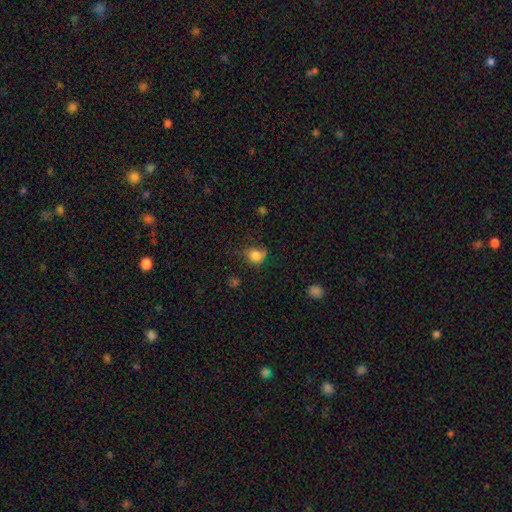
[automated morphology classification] smooth_or_featured: smooth (p=0.82) [alt: star or artifact p=0.11]
how_rounded: round (p=0.67) [alt: in between p=0.32]
merging: none (p=0.52) [alt: minor disturbance p=0.32]